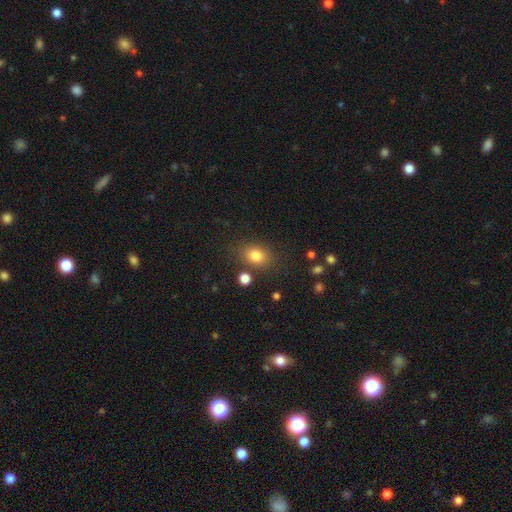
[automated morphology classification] A smooth galaxy with no disk features (82%) that is in between round and cigar-shaped (65%).

Vote fractions:
- Smooth or featured? smooth: 82% / star or artifact: 11% / featured or disk: 7%
- How rounded? in between: 65% / round: 33% / cigar-shaped: 1%
- Merging? none: 79% / minor disturbance: 12% / merger: 5% / major disturbance: 4%